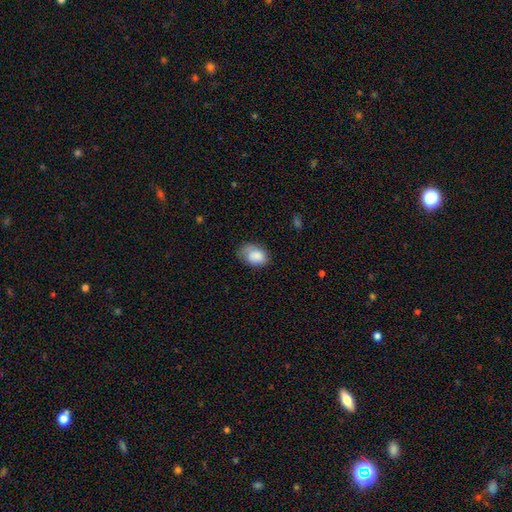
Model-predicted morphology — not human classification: A smooth galaxy with no disk features (85%) that is in between round and cigar-shaped (80%).

Vote fractions:
- Smooth or featured? smooth: 85% / star or artifact: 7% / featured or disk: 7%
- How rounded? in between: 80% / round: 19% / cigar-shaped: 1%
- Merging? none: 57% / minor disturbance: 31% / major disturbance: 10% / merger: 2%